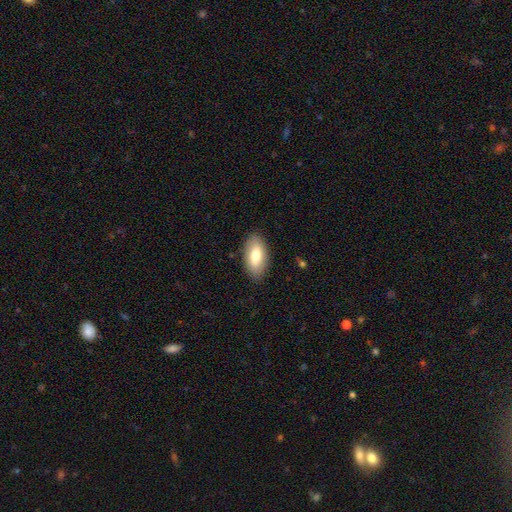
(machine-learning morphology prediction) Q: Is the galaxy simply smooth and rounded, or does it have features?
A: smooth — 75%.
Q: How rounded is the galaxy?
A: in between — 91%.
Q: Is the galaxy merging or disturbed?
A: none — 86%.